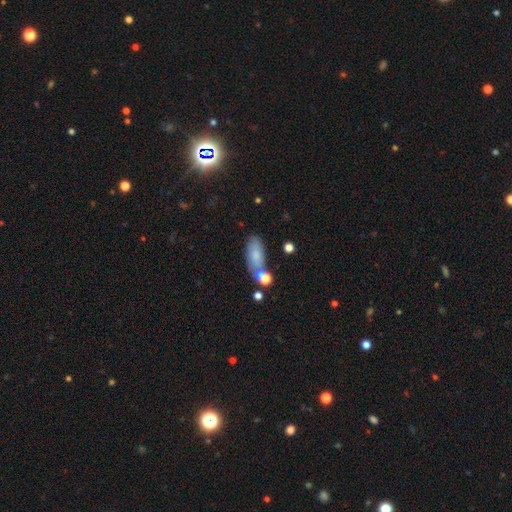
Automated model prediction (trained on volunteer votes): smooth 72%, featured or disk 19%, star or artifact 9%. Down the decision tree: how rounded — in between (81%); merging — none (55%).